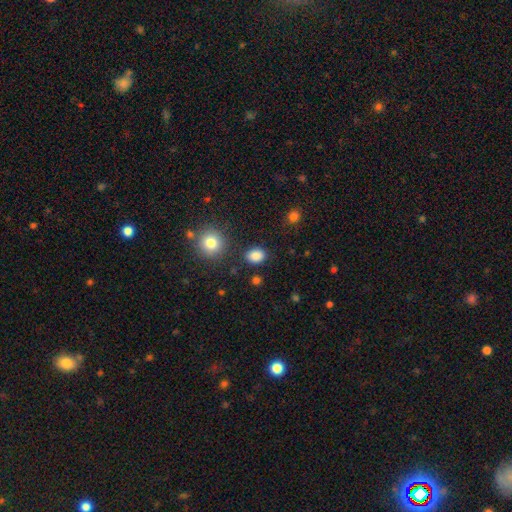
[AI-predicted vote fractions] This is clearly a smooth galaxy (86%). How rounded: possibly in between (58%). Merging: clearly none (86%).